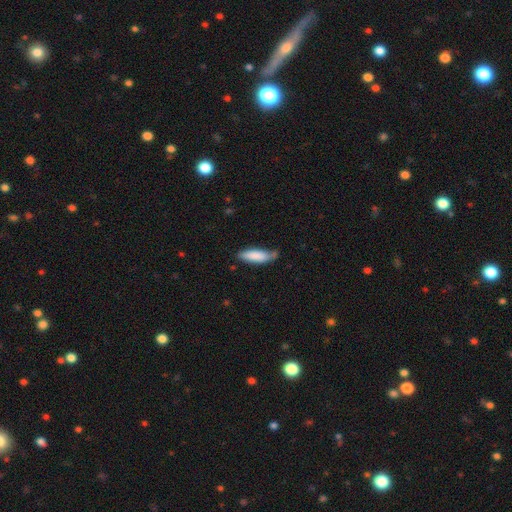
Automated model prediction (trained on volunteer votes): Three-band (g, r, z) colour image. It shows a smooth galaxy with no disk features (84%) that is cigar-shaped (49%, tied with in between). Merging: none (59%).